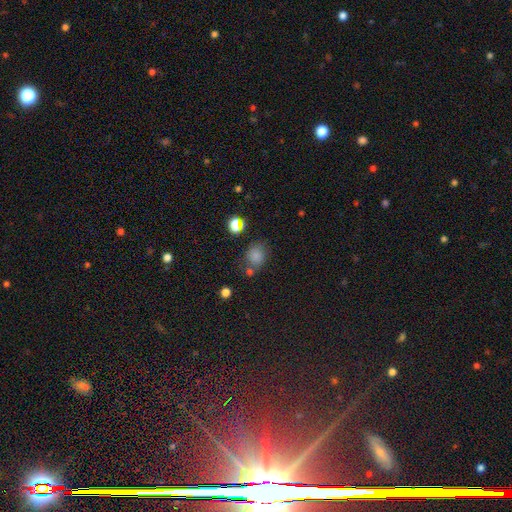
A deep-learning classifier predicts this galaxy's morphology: smooth 76%, star or artifact 17%, featured or disk 6%. Down the decision tree: how rounded — round (68%); merging — none (65%).